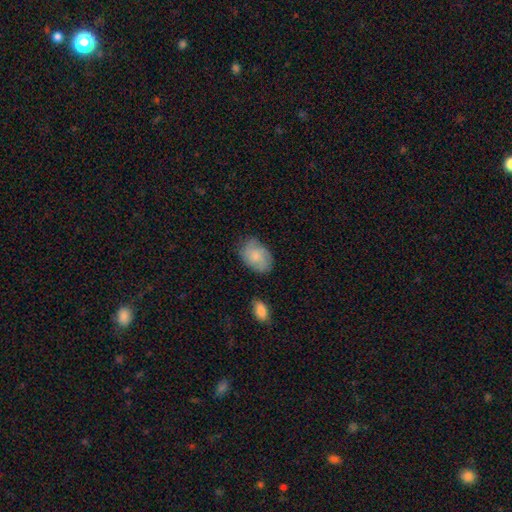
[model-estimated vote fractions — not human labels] Morphology: type=smooth (69%); roundness=in between (83%); merging=none (72%).